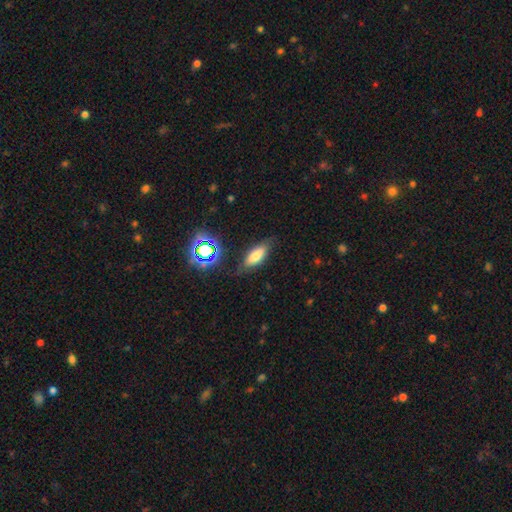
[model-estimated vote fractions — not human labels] Morphology: type=smooth (70%); roundness=in between (70%); merging=none (77%).